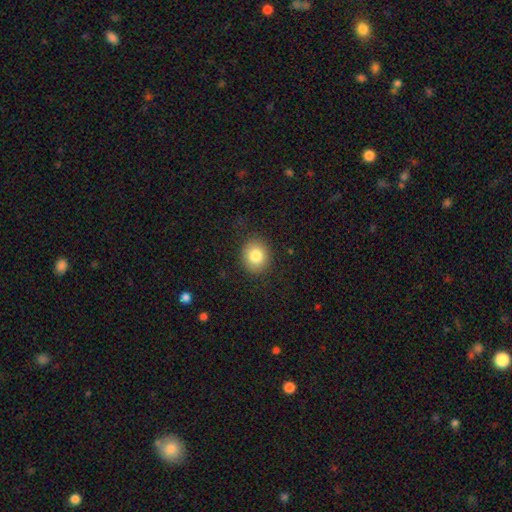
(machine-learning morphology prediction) Overall: smooth (82%). How rounded: round (74%). Merging: none (87%).